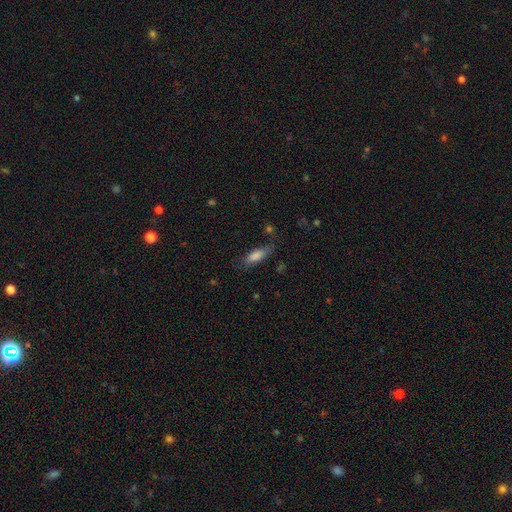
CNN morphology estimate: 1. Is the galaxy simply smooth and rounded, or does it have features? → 78% smooth, 13% featured or disk, 8% star or artifact.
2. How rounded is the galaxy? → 53% in between, 45% cigar-shaped, 2% round.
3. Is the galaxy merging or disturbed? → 73% none, 19% minor disturbance, 6% major disturbance, 3% merger.